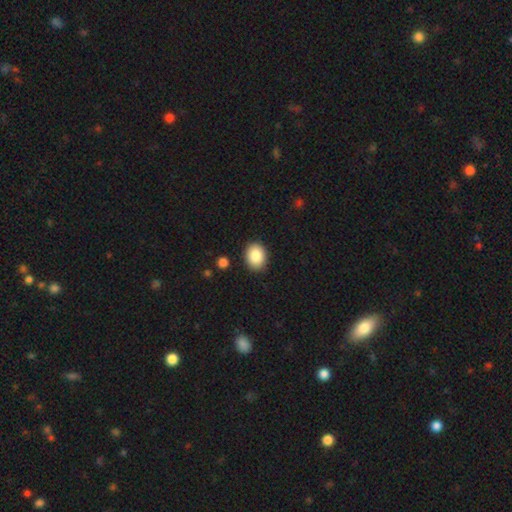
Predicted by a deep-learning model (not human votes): Morphology: type=smooth (87%); roundness=in between (57%); merging=none (89%).